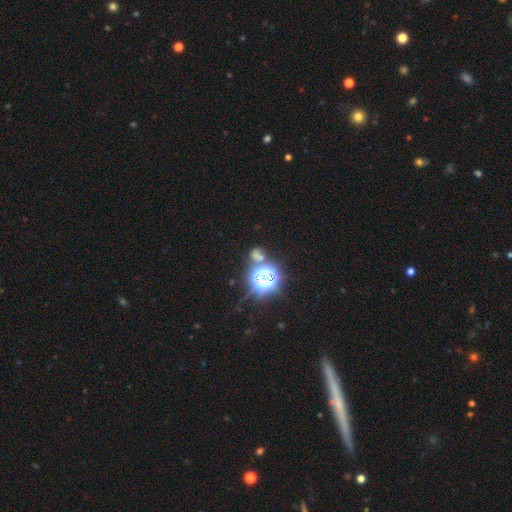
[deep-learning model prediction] Smooth or featured? star or artifact (68%)